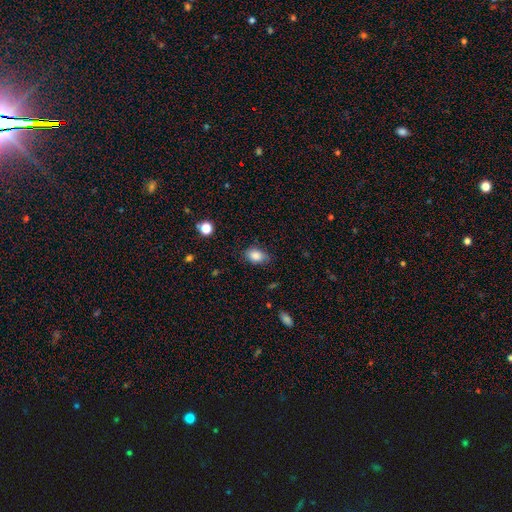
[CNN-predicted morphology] Smooth or featured?
  - smooth: 86% *
  - star or artifact: 9%
  - featured or disk: 6%
How rounded?
  - in between: 84% *
  - round: 15%
  - cigar-shaped: 1%
Merging?
  - none: 76% *
  - minor disturbance: 19%
  - major disturbance: 4%
  - merger: 1%